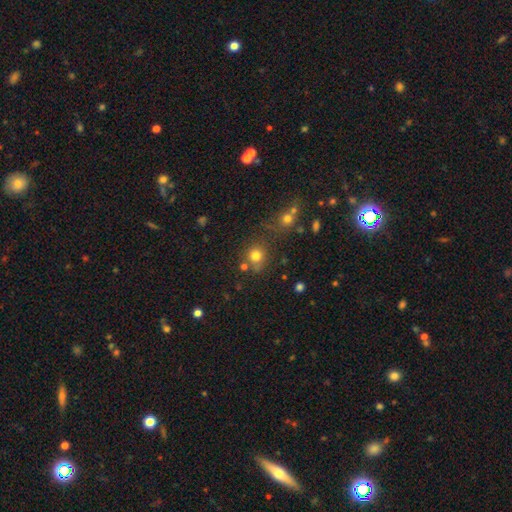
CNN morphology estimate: type=smooth (77%); roundness=round (87%); merging=none (68%).